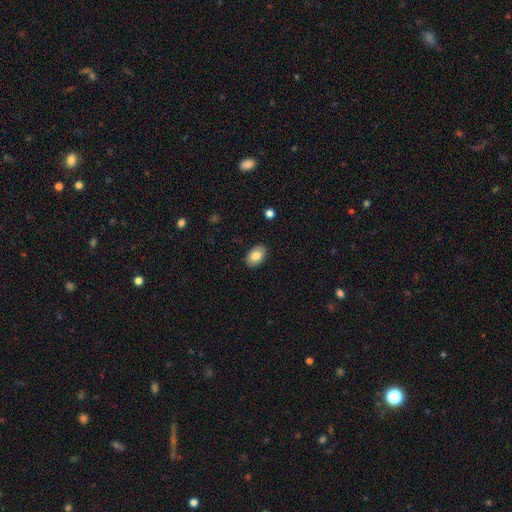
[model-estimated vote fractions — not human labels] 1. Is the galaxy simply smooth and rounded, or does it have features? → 81% smooth, 12% featured or disk, 7% star or artifact.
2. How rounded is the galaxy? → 89% in between, 10% round, 1% cigar-shaped.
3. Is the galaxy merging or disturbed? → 88% none, 9% minor disturbance, 2% major disturbance, 1% merger.